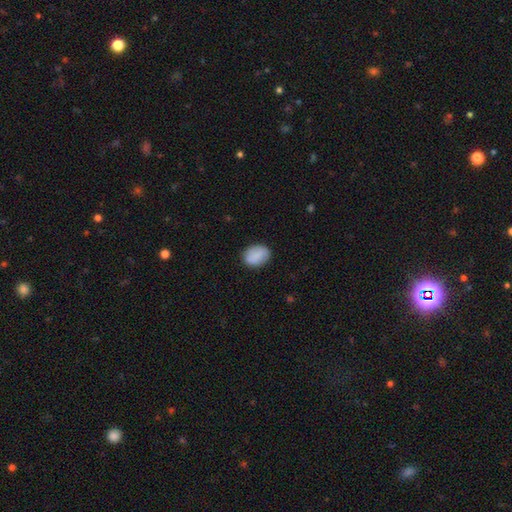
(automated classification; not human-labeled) This is clearly a smooth galaxy (87%). How rounded: likely in between (68%). Merging: clearly none (85%).